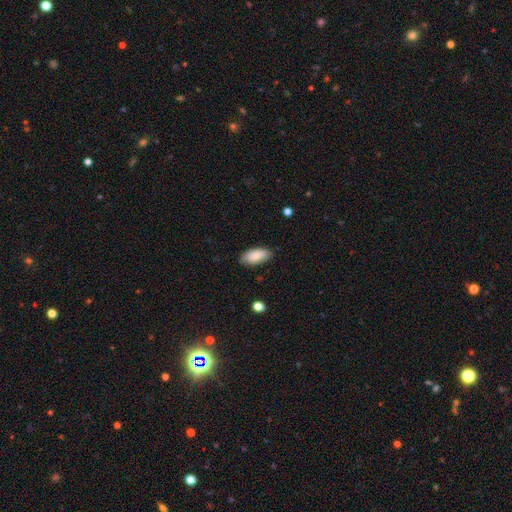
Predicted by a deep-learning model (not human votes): smooth 84%, featured or disk 10%, star or artifact 6%. Down the decision tree: how rounded — in between (91%); merging — none (82%).